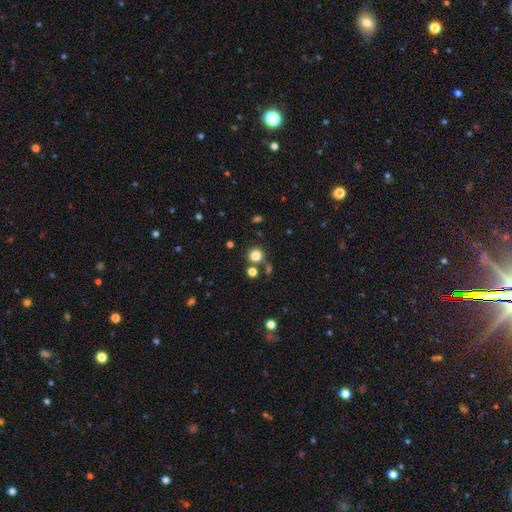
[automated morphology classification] type=smooth (81%); roundness=round (91%); merging=none (73%).